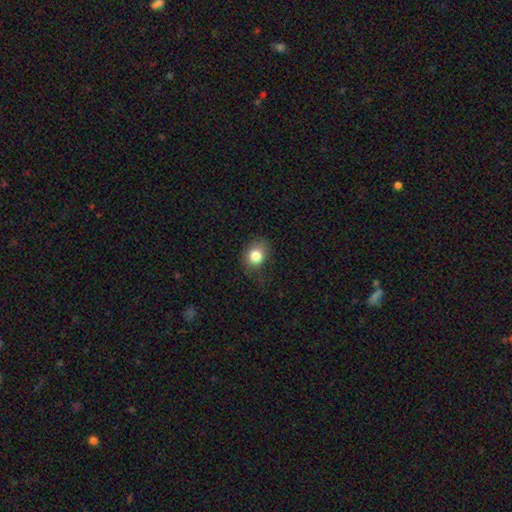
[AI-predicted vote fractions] A smooth galaxy with no disk features (82%) that is round (53%). Merging: none (70%).